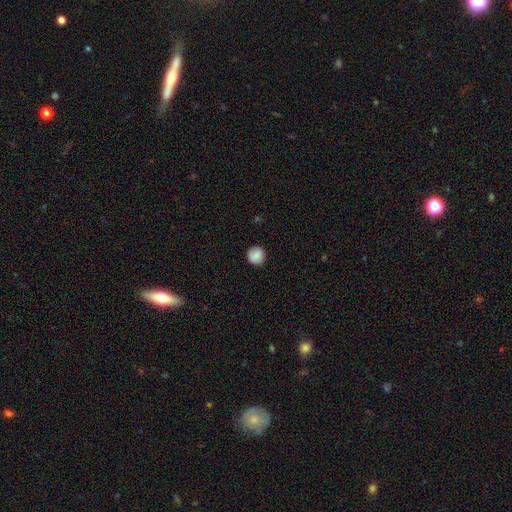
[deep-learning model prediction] Overall: smooth (87%). How rounded: round (93%). Merging: none (89%).